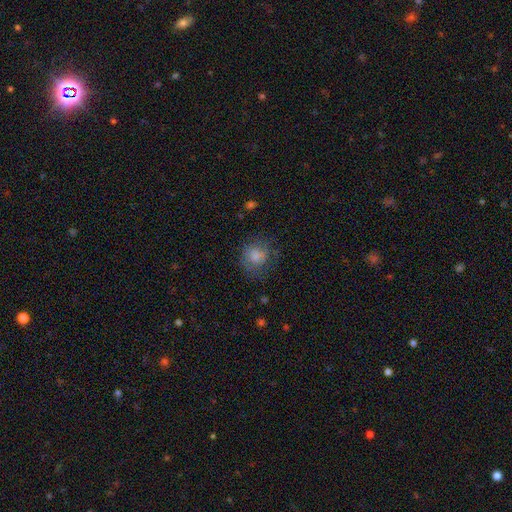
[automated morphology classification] This is likely a smooth galaxy (68%). How rounded: likely round (79%). Merging: likely none (66%).